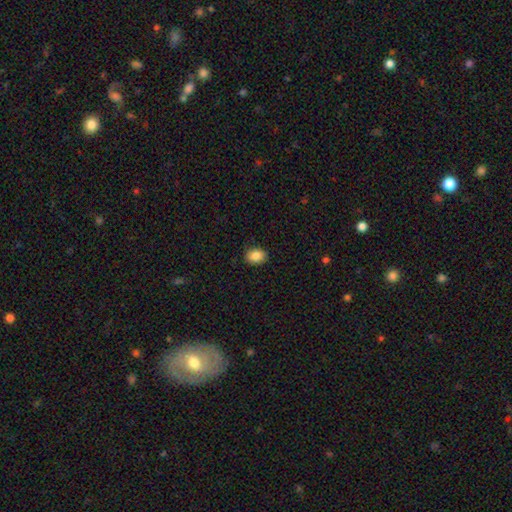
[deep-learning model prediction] Overall: smooth (86%). How rounded: in between (66%; round 33%). Merging: none (87%).